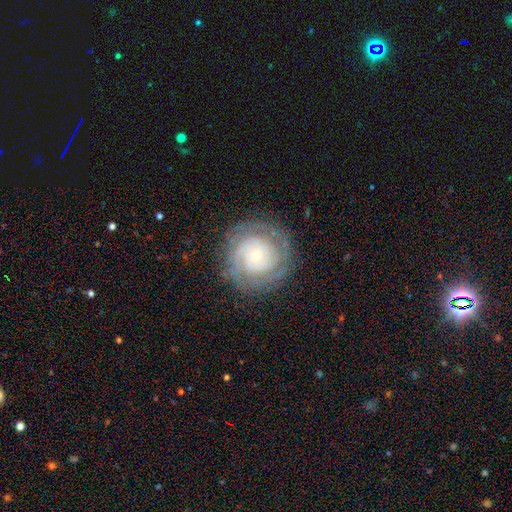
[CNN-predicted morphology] smooth-or-featured: featured or disk: 75% | smooth: 17% | star or artifact: 7%
  disk-edge-on: no: 97% | yes: 3%
    bar: no: 79% | weak: 16% | strong: 5%
    has-spiral-arms: yes: 90% | no: 10%
      spiral-winding: tight: 77% | medium: 18% | loose: 5%
      spiral-arm-count: can't tell: 37% | 2: 24% | 3: 17% | 4: 10% | more than 4: 6% | 1: 6%
    bulge-size: small: 74% | moderate: 21% | large: 2% | none: 1% | dominant: 1%
  merging: none: 83% | minor disturbance: 11% | major disturbance: 5% | merger: 1%